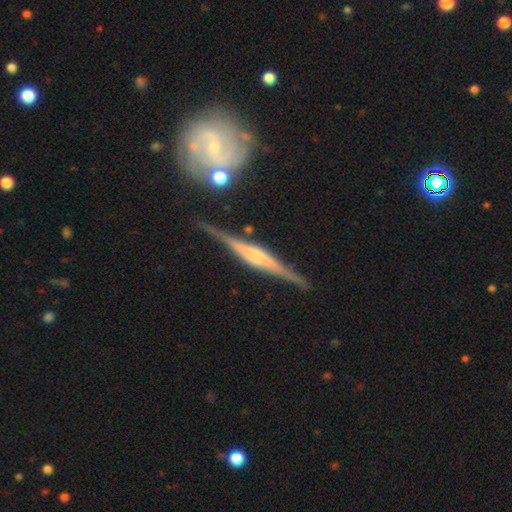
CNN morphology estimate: Smooth or featured?
  - featured or disk: 83% *
  - smooth: 12%
  - star or artifact: 6%
Edge-on disk?
  - yes: 98% *
  - no: 2%
Edge-on bulge?
  - rounded: 55% *
  - boxy: 36%
  - none: 9%
Merging?
  - none: 84% *
  - minor disturbance: 11%
  - merger: 3%
  - major disturbance: 2%